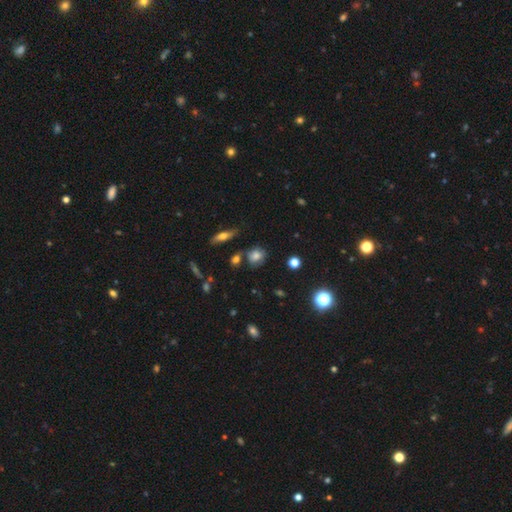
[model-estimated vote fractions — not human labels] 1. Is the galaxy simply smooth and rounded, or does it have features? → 66% smooth, 19% featured or disk, 16% star or artifact.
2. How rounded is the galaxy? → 59% round, 38% in between, 2% cigar-shaped.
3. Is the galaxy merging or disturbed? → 63% none, 21% minor disturbance, 9% merger, 7% major disturbance.